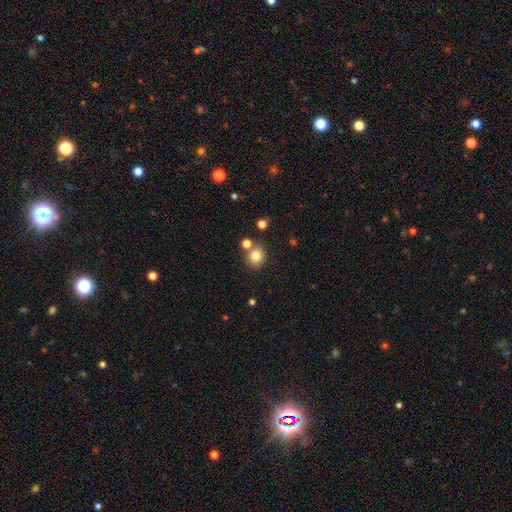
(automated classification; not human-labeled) smooth-or-featured: smooth: 80% | star or artifact: 12% | featured or disk: 8%
  how-rounded: round: 81% | in between: 18% | cigar-shaped: 1%
  merging: none: 72% | merger: 15% | minor disturbance: 9% | major disturbance: 3%